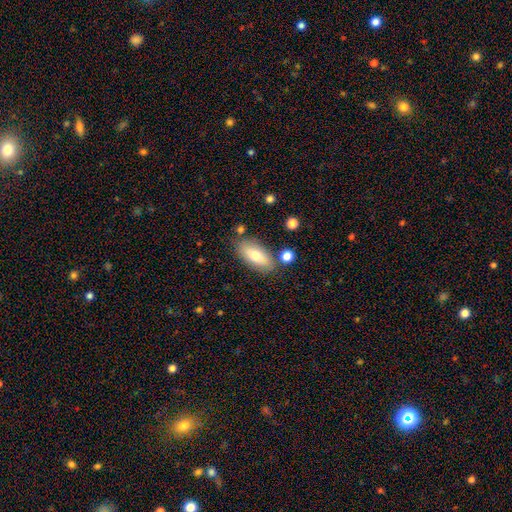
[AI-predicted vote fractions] smooth-or-featured: smooth: 70% | featured or disk: 23% | star or artifact: 7%
  how-rounded: in between: 84% | cigar-shaped: 13% | round: 3%
  merging: none: 78% | minor disturbance: 13% | merger: 6% | major disturbance: 3%